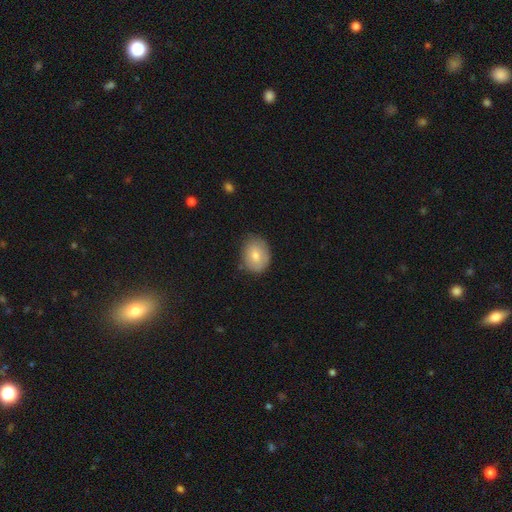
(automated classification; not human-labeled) A smooth galaxy with no disk features (76%) that is in between round and cigar-shaped (54%). Merging: none (76%).